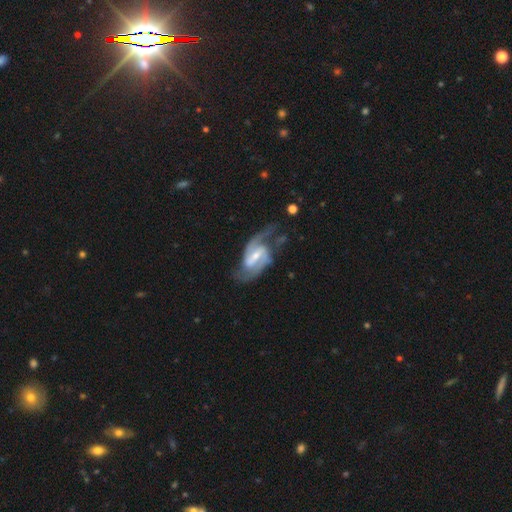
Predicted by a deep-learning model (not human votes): A featured or disk galaxy (90%) with a strong bar (52%), 2 (91%) medium (54%) spiral arms (97%) and a small central bulge (52%).

Vote fractions:
- Smooth or featured? featured or disk: 90% / smooth: 5% / star or artifact: 4%
- Edge-on disk? no: 97% / yes: 3%
- Bar? strong: 52% / weak: 39% / no: 10%
- Spiral arms? yes: 97% / no: 3%
- Spiral winding? medium: 54% / loose: 28% / tight: 18%
- Spiral arm count? 2: 91% / can't tell: 3% / 1: 2% / 3: 2% / 4: 1% / more than 4: 1%
- Bulge size? small: 52% / moderate: 41% / none: 3% / large: 3% / dominant: 1%
- Merging? none: 62% / minor disturbance: 19% / major disturbance: 15% / merger: 3%